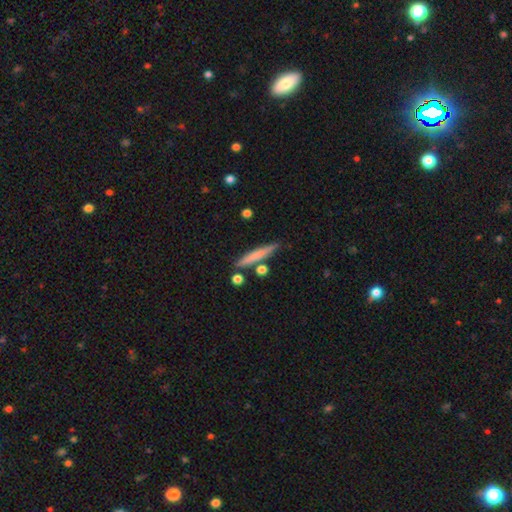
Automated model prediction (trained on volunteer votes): Smooth or featured? smooth (67%)
How rounded? cigar-shaped (93%)
Merging? none (80%)